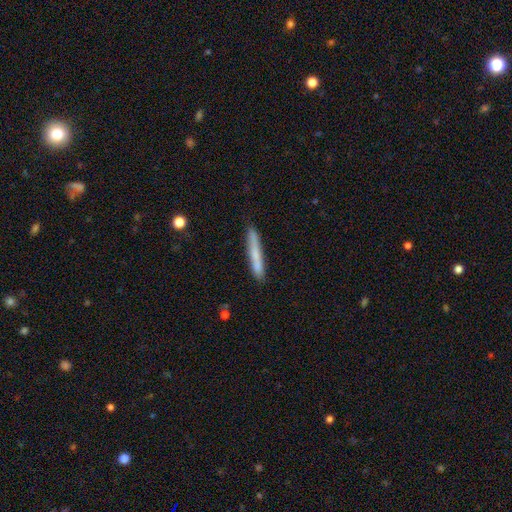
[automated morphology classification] type=smooth (68%); roundness=cigar-shaped (96%); merging=none (83%).